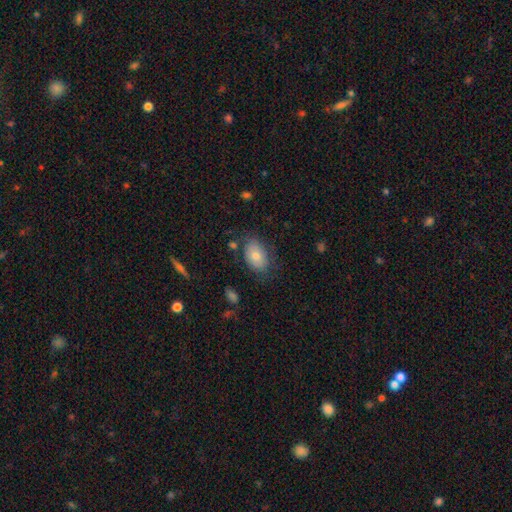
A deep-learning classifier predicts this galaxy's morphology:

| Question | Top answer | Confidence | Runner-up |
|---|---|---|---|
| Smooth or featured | smooth | 72% | featured or disk (19%) |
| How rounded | in between | 85% | round (14%) |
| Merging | none | 71% | minor disturbance (20%) |